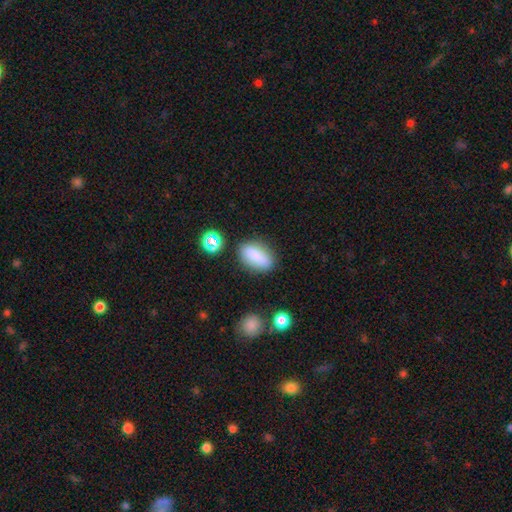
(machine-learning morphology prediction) Smooth or featured: smooth — 80% (star or artifact — 10%)
How rounded: in between — 79% (cigar-shaped — 14%)
Merging: none — 80% (minor disturbance — 13%)